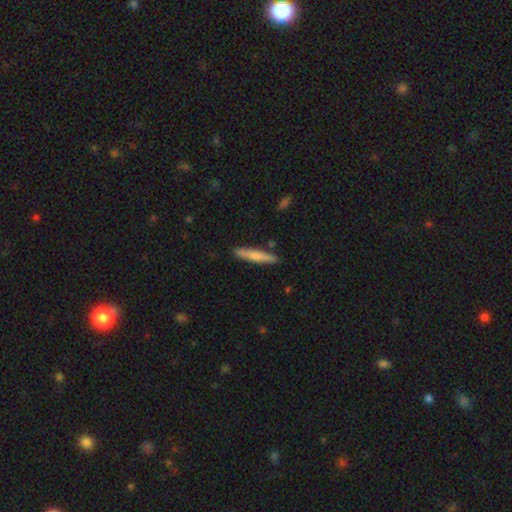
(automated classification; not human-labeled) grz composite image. It shows a smooth galaxy with no disk features (64%) that is cigar-shaped (93%). Merging: none (85%).